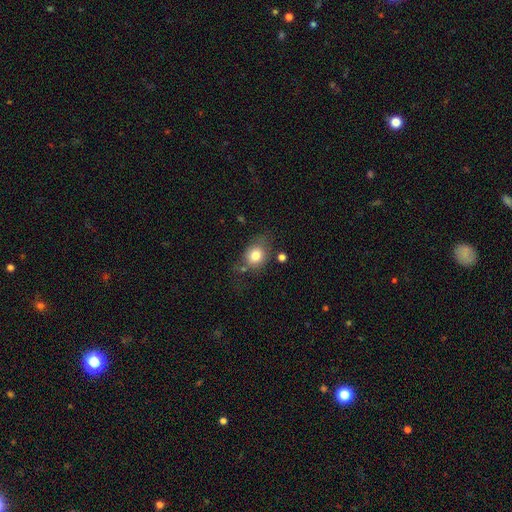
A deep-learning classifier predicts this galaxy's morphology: Overall: smooth (79%). How rounded: round (54%; in between 45%). Merging: none (59%; minor disturbance 23%).